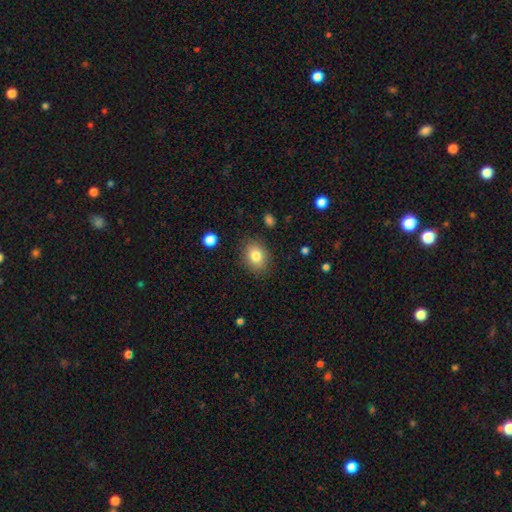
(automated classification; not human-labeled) smooth 81%, star or artifact 9%, featured or disk 9%. Down the decision tree: how rounded — in between (60%); merging — none (86%).